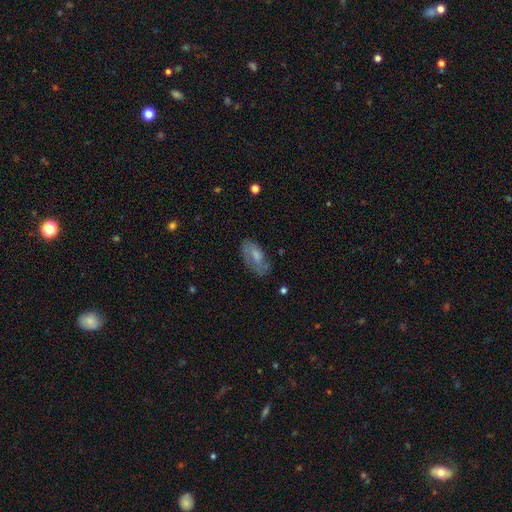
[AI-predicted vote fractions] A smooth galaxy with no disk features (50%) that is in between round and cigar-shaped (89%).

Vote fractions:
- Smooth or featured? smooth: 50% / featured or disk: 41% / star or artifact: 8%
- How rounded? in between: 89% / cigar-shaped: 8% / round: 4%
- Merging? none: 61% / minor disturbance: 26% / major disturbance: 12% / merger: 2%